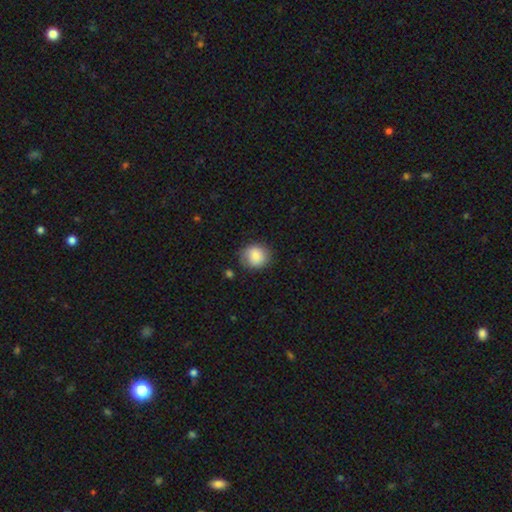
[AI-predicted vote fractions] smooth-or-featured: smooth: 84% | star or artifact: 8% | featured or disk: 8%
  how-rounded: round: 80% | in between: 19% | cigar-shaped: 1%
  merging: none: 80% | minor disturbance: 14% | major disturbance: 4% | merger: 2%